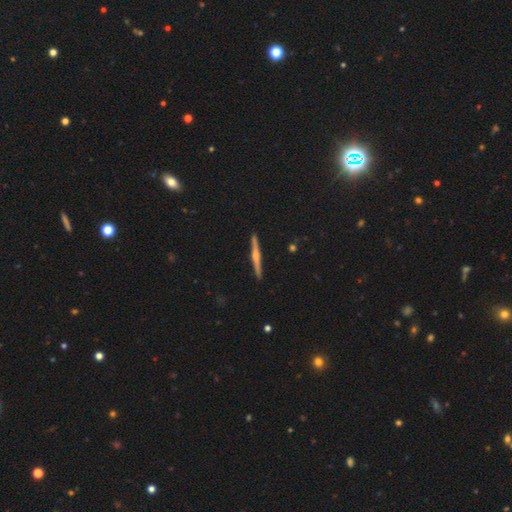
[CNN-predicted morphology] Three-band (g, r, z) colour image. It shows a featured or disk galaxy (74%) viewed edge-on (98%) with a rounded central bulge (83%). Merging: none (91%).